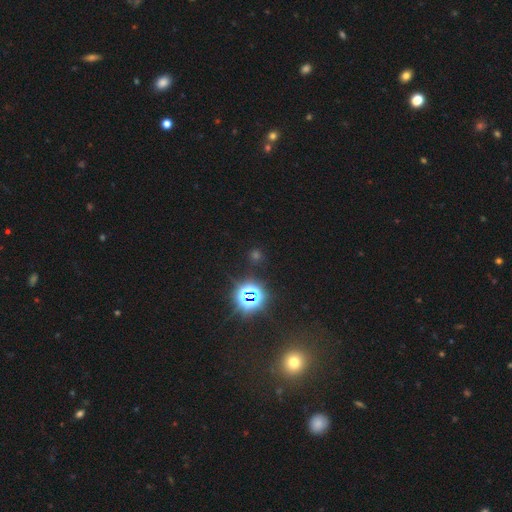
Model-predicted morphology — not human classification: This is likely a star or artifact rather than a galaxy (67%).